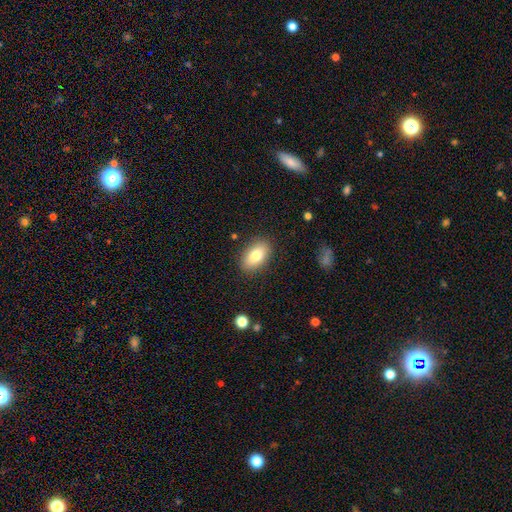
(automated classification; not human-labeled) A smooth galaxy with no disk features (79%) that is in between round and cigar-shaped (91%).

Vote fractions:
- Smooth or featured? smooth: 79% / featured or disk: 14% / star or artifact: 8%
- How rounded? in between: 91% / round: 7% / cigar-shaped: 2%
- Merging? none: 86% / minor disturbance: 10% / major disturbance: 3% / merger: 1%